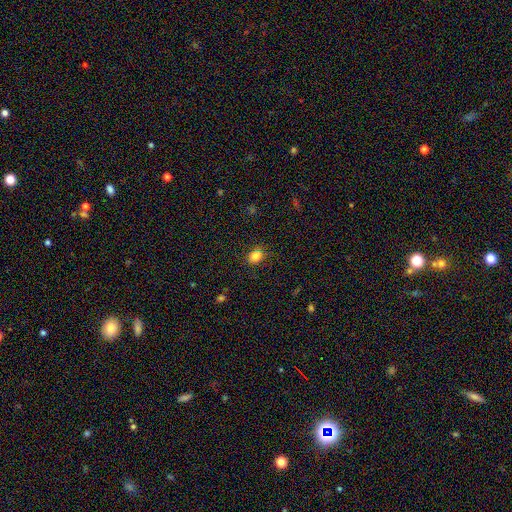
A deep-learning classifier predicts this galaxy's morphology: smooth_or_featured: smooth (p=0.83) [alt: star or artifact p=0.11]
how_rounded: in between (p=0.62) [alt: round p=0.37]
merging: none (p=0.82) [alt: minor disturbance p=0.13]